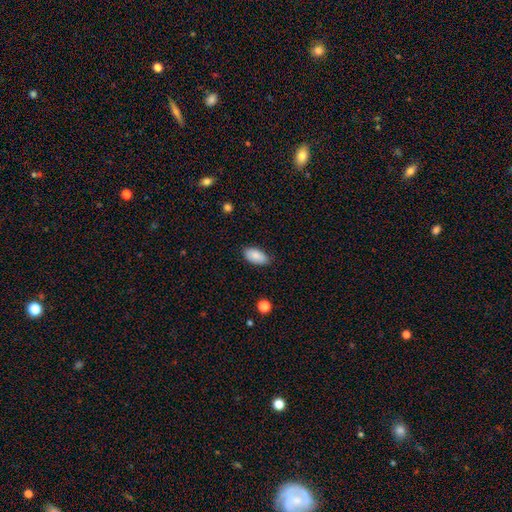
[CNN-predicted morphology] A smooth galaxy with no disk features (87%) that is in between round and cigar-shaped (94%).

Vote fractions:
- Smooth or featured? smooth: 87% / star or artifact: 7% / featured or disk: 6%
- How rounded? in between: 94% / cigar-shaped: 3% / round: 3%
- Merging? none: 80% / minor disturbance: 17% / major disturbance: 3% / merger: 1%